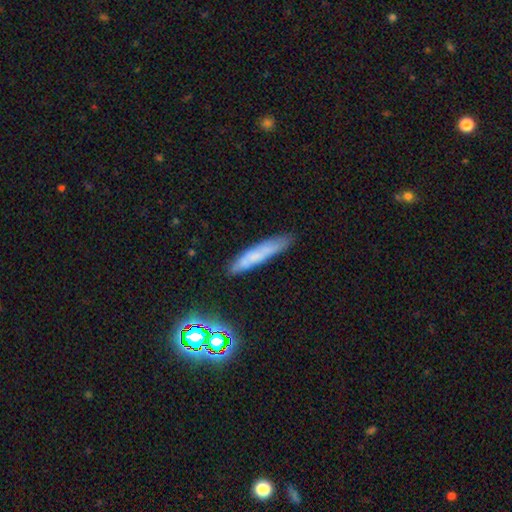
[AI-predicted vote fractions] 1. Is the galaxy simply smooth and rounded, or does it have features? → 60% smooth, 28% featured or disk, 12% star or artifact.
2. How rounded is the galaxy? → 89% cigar-shaped, 10% in between, 2% round.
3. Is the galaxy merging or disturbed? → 80% none, 15% minor disturbance, 3% major disturbance, 2% merger.